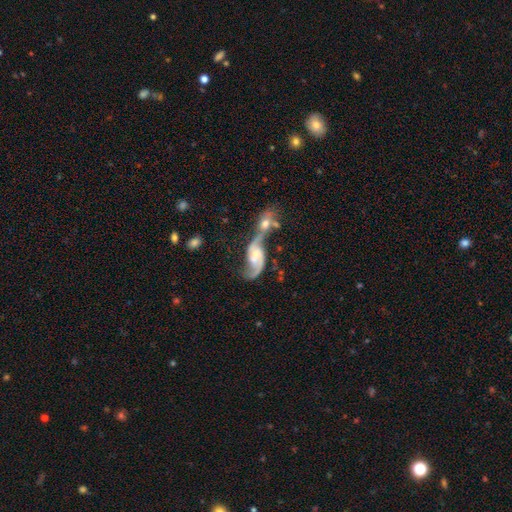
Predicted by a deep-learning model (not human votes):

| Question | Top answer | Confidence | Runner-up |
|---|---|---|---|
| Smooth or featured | featured or disk | 84% | smooth (10%) |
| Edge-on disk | no | 96% | yes (4%) |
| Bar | weak | 44% | no (40%) |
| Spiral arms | yes | 94% | no (6%) |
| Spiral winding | loose | 57% | medium (34%) |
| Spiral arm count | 2 | 87% | 1 (6%) |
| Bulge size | small | 39% | moderate (35%) |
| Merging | merger | 63% | none (18%) |